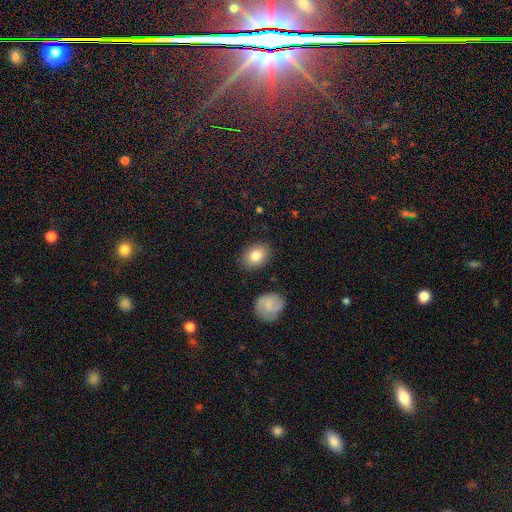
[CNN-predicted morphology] A smooth galaxy with no disk features (82%) that is in between round and cigar-shaped (73%).

Vote fractions:
- Smooth or featured? smooth: 82% / featured or disk: 11% / star or artifact: 7%
- How rounded? in between: 73% / round: 26% / cigar-shaped: 1%
- Merging? none: 84% / minor disturbance: 11% / major disturbance: 3% / merger: 2%